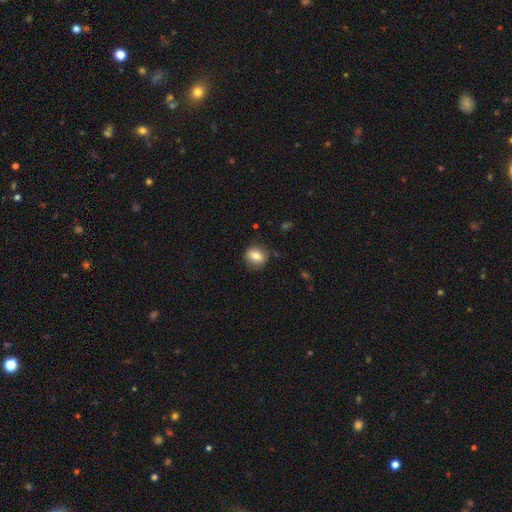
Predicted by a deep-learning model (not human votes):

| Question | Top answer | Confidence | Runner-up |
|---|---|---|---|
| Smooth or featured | smooth | 79% | featured or disk (12%) |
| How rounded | round | 69% | in between (30%) |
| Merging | none | 82% | minor disturbance (13%) |